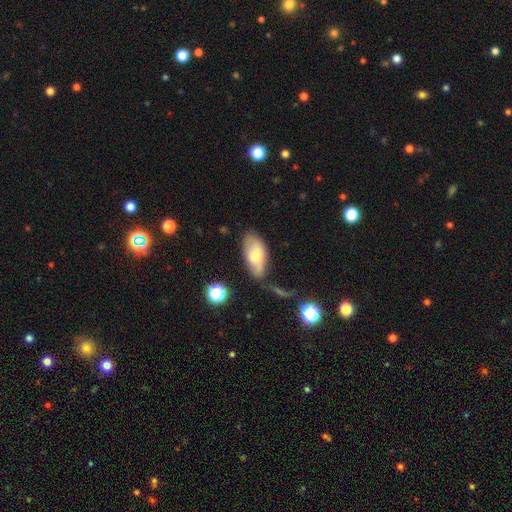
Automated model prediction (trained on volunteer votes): smooth 66%, featured or disk 26%, star or artifact 8%. Down the decision tree: how rounded — in between (90%); merging — none (54%).